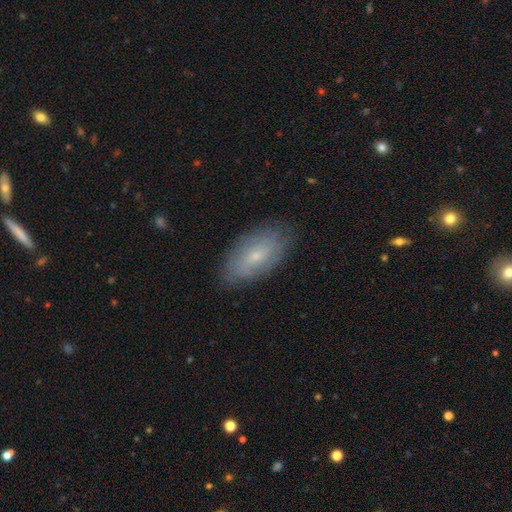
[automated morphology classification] smooth-or-featured: smooth: 55% | featured or disk: 37% | star or artifact: 8%
  how-rounded: in between: 91% | cigar-shaped: 5% | round: 4%
  merging: none: 81% | minor disturbance: 15% | major disturbance: 3% | merger: 1%